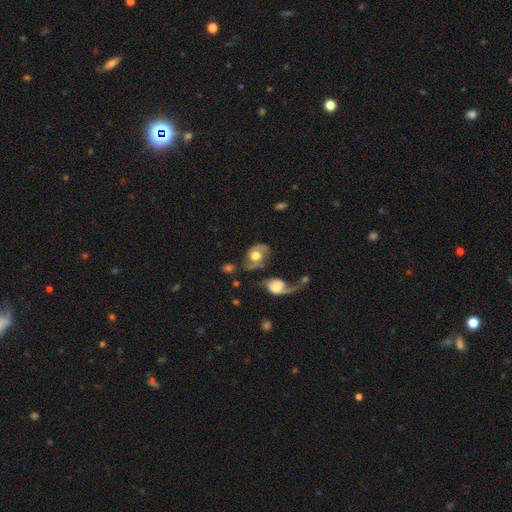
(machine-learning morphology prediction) smooth-or-featured: featured or disk: 63% | smooth: 30% | star or artifact: 7%
  disk-edge-on: no: 95% | yes: 5%
    bar: no: 72% | weak: 23% | strong: 5%
    has-spiral-arms: yes: 79% | no: 21%
    bulge-size: moderate: 49% | large: 40% | small: 5% | dominant: 4% | none: 2%
  merging: none: 47% | minor disturbance: 21% | major disturbance: 19% | merger: 14%